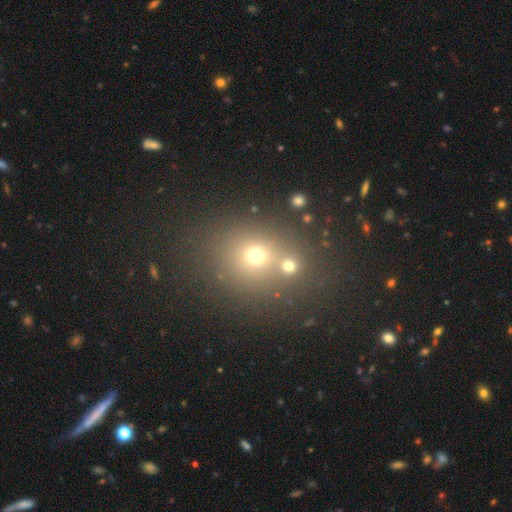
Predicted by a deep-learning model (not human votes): smooth_or_featured: smooth (p=0.62) [alt: star or artifact p=0.25]
how_rounded: round (p=0.70) [alt: in between p=0.28]
merging: none (p=0.60) [alt: merger p=0.26]